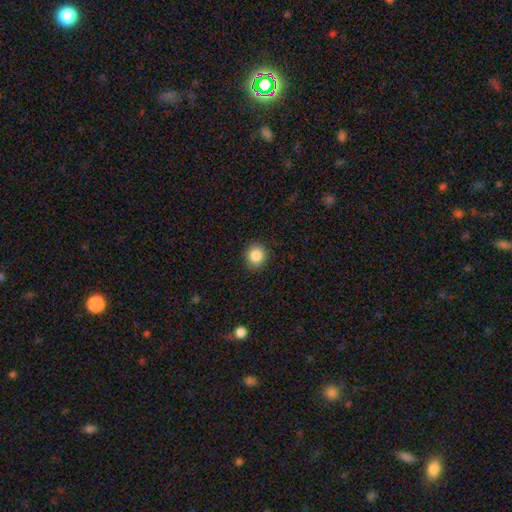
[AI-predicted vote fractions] The model was most divided on "how rounded": round: 84%, in between: 15%, cigar-shaped: 1%. More confident: merging — none (91%); smooth or featured — smooth (86%).